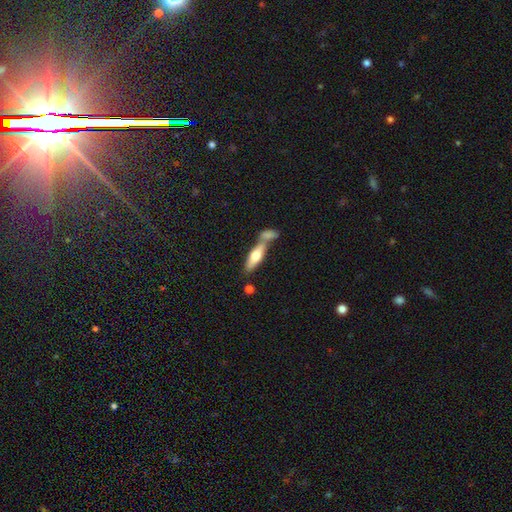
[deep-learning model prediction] The model was most divided on "merging": none: 45%, merger: 39%, minor disturbance: 12%, major disturbance: 5%. More confident: smooth or featured — smooth (55%); how rounded — cigar-shaped (54%).